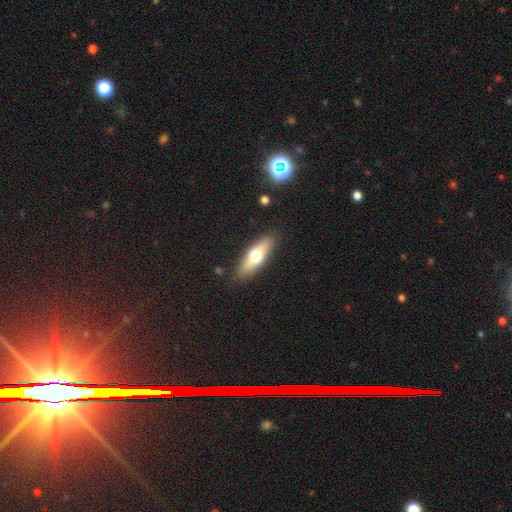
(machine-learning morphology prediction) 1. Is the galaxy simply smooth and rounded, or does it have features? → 59% smooth, 35% featured or disk, 6% star or artifact.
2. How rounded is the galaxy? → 52% in between, 45% cigar-shaped, 3% round.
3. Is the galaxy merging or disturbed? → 86% none, 10% minor disturbance, 3% major disturbance, 2% merger.